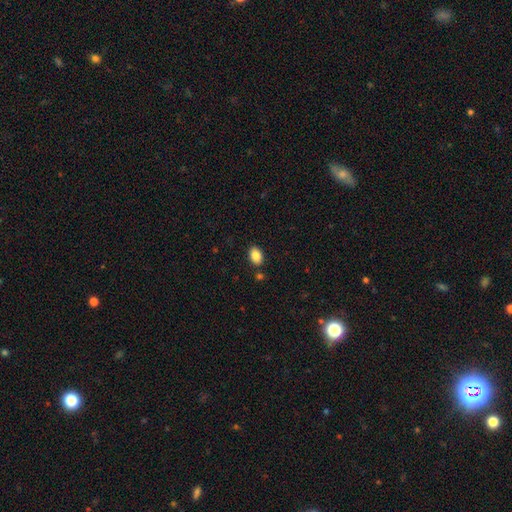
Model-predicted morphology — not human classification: This is clearly a smooth galaxy (86%). How rounded: clearly in between (87%). Merging: clearly none (86%).